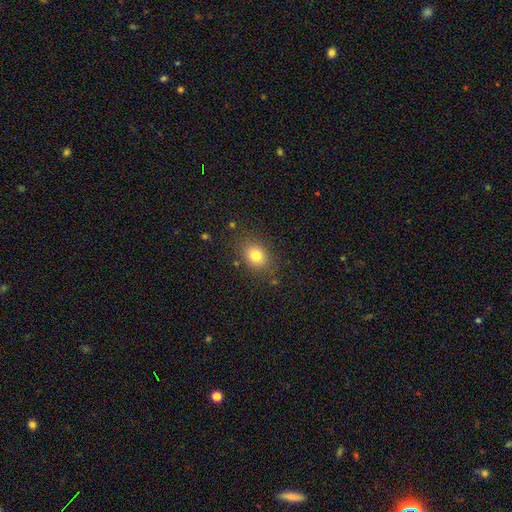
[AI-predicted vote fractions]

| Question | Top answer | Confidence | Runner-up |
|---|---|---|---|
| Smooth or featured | smooth | 80% | star or artifact (12%) |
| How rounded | in between | 55% | round (44%) |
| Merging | none | 82% | minor disturbance (12%) |